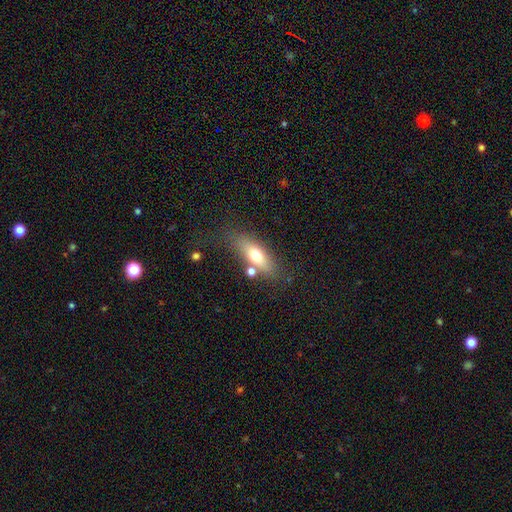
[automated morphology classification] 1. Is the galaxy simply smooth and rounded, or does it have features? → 64% smooth, 28% featured or disk, 8% star or artifact.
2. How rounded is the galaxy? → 61% in between, 34% cigar-shaped, 5% round.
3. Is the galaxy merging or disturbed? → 69% none, 15% minor disturbance, 10% merger, 5% major disturbance.